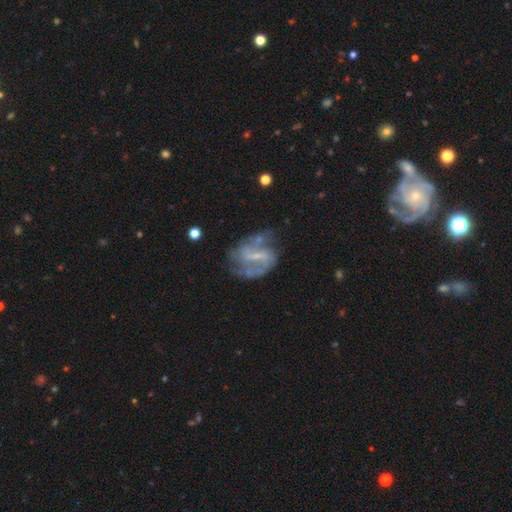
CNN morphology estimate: Smooth or featured? featured or disk (81%)
Edge-on disk? no (97%)
Bar? weak (50%)
Spiral arms? yes (87%)
Spiral winding? medium (46%)
Spiral arm count? 2 (72%)
Bulge size? small (63%)
Merging? none (54%)